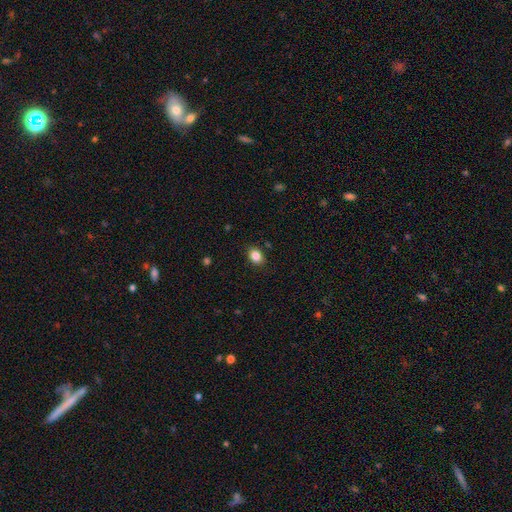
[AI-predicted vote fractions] smooth-or-featured: smooth: 86% | star or artifact: 9% | featured or disk: 5%
  how-rounded: in between: 66% | round: 33% | cigar-shaped: 1%
  merging: none: 87% | minor disturbance: 9% | major disturbance: 2% | merger: 1%